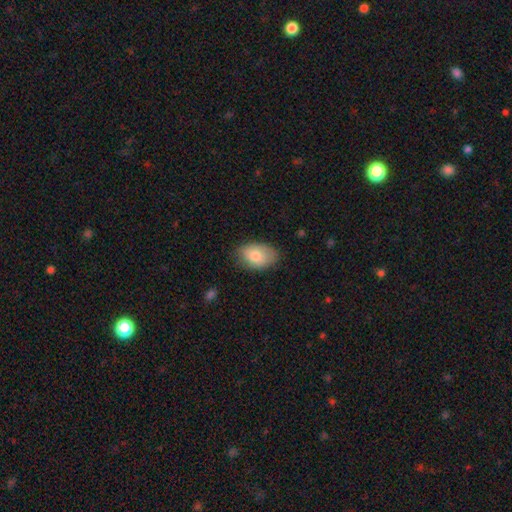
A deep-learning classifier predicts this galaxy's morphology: This appears to be a smooth galaxy with no disk features (80%) that is in between round and cigar-shaped (89%). Merging: none (76%).